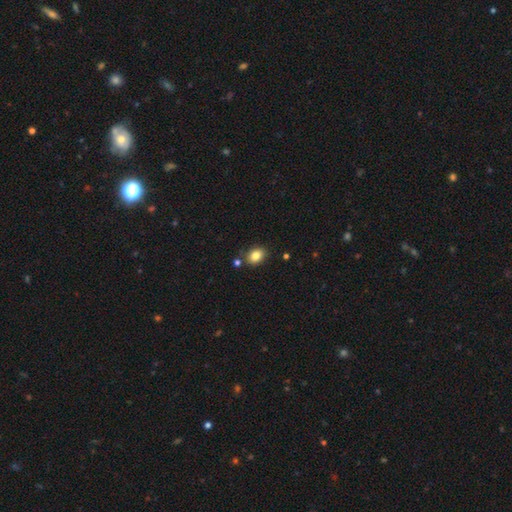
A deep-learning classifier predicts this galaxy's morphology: The model was most divided on "how rounded": in between: 65%, round: 34%, cigar-shaped: 1%. More confident: smooth or featured — smooth (84%); merging — none (81%).